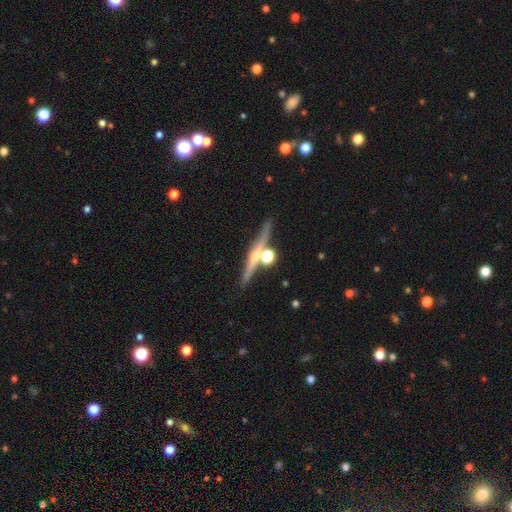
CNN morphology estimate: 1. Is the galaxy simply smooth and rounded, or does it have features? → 65% featured or disk, 26% smooth, 10% star or artifact.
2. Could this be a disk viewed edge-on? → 95% yes, 5% no.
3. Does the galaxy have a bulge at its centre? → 71% rounded, 23% none, 7% boxy.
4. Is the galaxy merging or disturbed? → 77% none, 12% merger, 9% minor disturbance, 3% major disturbance.